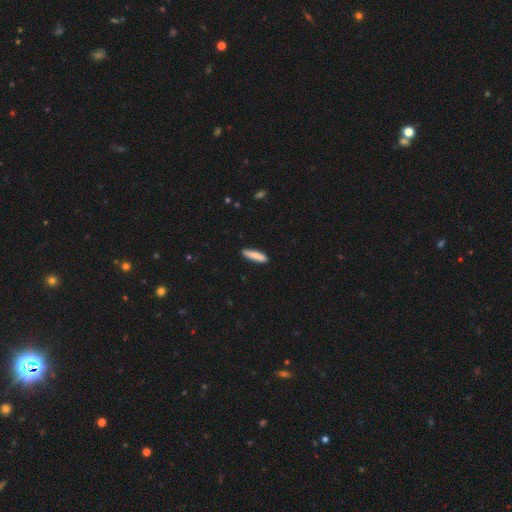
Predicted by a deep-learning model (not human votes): This is clearly a smooth galaxy (86%). How rounded: likely cigar-shaped (79%). Merging: clearly none (87%).